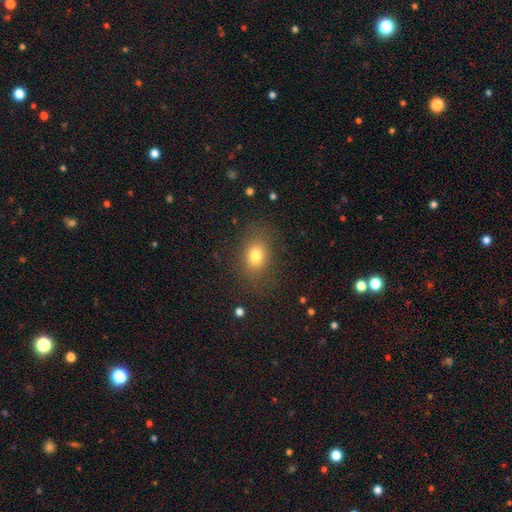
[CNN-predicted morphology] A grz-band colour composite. It shows a smooth galaxy with no disk features (76%) that is in between round and cigar-shaped (66%). Merging: none (79%).